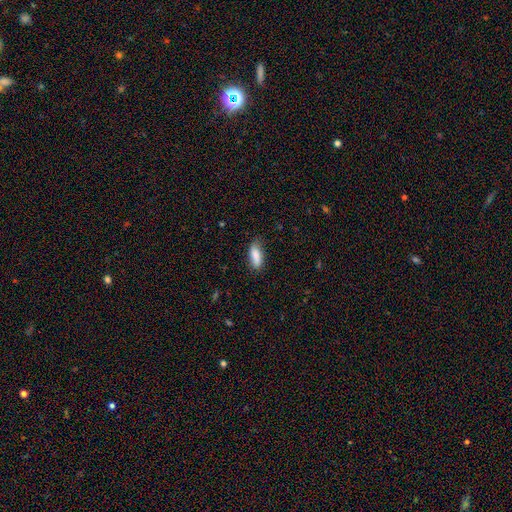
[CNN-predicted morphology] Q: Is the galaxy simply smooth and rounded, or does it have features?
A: smooth — 84%.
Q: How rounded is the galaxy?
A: in between — 79%.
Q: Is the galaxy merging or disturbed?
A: none — 74%.